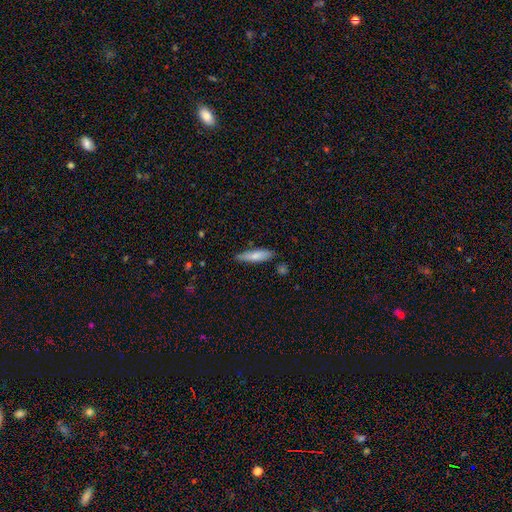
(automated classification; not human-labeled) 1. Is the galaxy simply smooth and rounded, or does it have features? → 72% smooth, 22% featured or disk, 6% star or artifact.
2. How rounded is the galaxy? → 72% cigar-shaped, 26% in between, 2% round.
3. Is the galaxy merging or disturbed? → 77% none, 17% minor disturbance, 3% merger, 3% major disturbance.